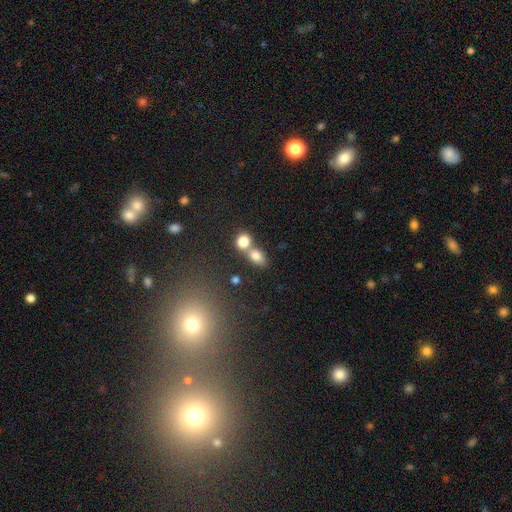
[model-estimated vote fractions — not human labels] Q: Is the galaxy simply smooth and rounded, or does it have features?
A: smooth — 79%.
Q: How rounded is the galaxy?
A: in between — 60%.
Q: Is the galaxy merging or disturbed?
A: merger — 53%.